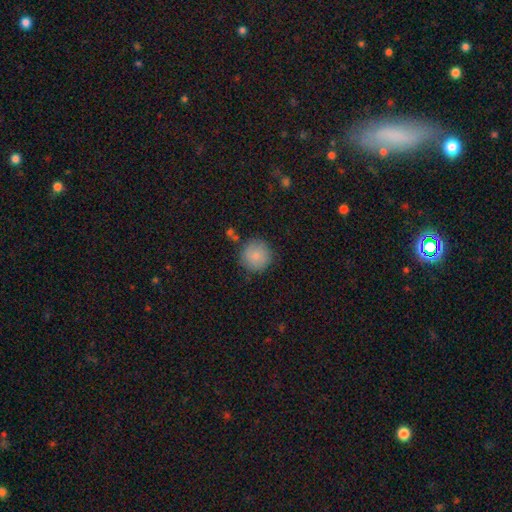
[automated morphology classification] The model was most divided on "merging": none: 82%, minor disturbance: 12%, major disturbance: 3%, merger: 3%. More confident: how rounded — round (94%); smooth or featured — smooth (84%).